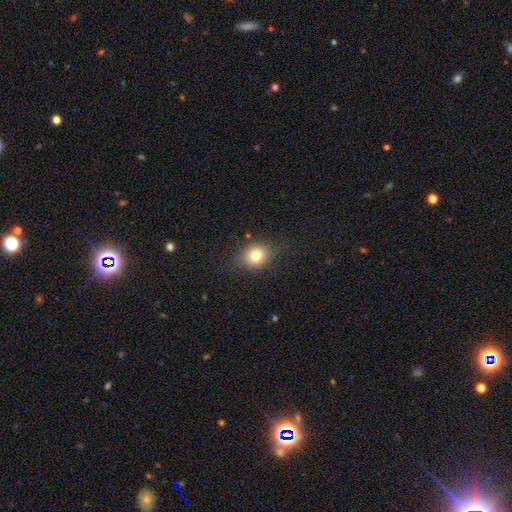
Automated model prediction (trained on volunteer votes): Smooth or featured?
  - smooth: 76% *
  - featured or disk: 12%
  - star or artifact: 12%
How rounded?
  - round: 64% *
  - in between: 34%
  - cigar-shaped: 1%
Merging?
  - none: 78% *
  - minor disturbance: 16%
  - major disturbance: 5%
  - merger: 1%